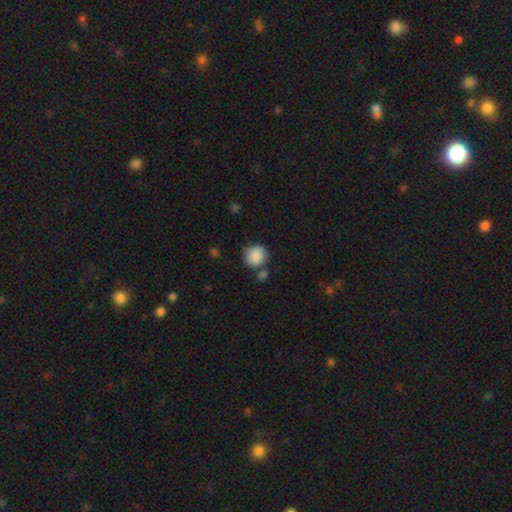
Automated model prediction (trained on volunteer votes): Smooth or featured? smooth (88%)
How rounded? round (87%)
Merging? none (69%)